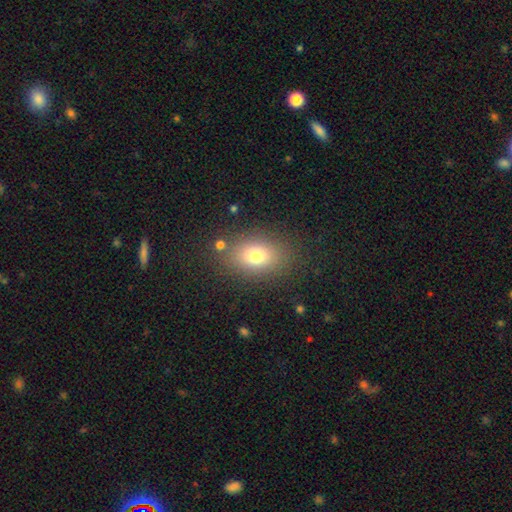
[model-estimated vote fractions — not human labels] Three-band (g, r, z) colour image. It shows a smooth galaxy with no disk features (75%) that is in between round and cigar-shaped (74%). Merging: none (82%).